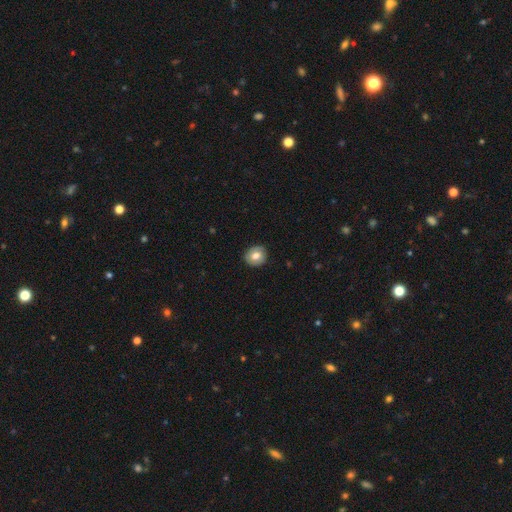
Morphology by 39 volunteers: This is likely a smooth galaxy (67%). How rounded: likely round (62%). Merging: clearly none (92%).